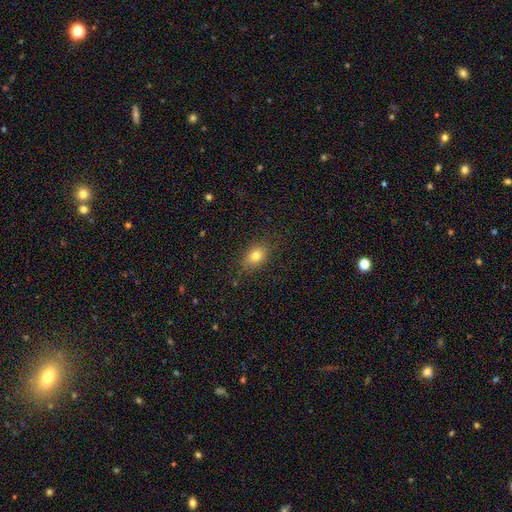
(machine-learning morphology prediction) Smooth or featured? Predicted: smooth (p=0.79). How rounded? Predicted: in between (p=0.75). Merging? Predicted: none (p=0.81).